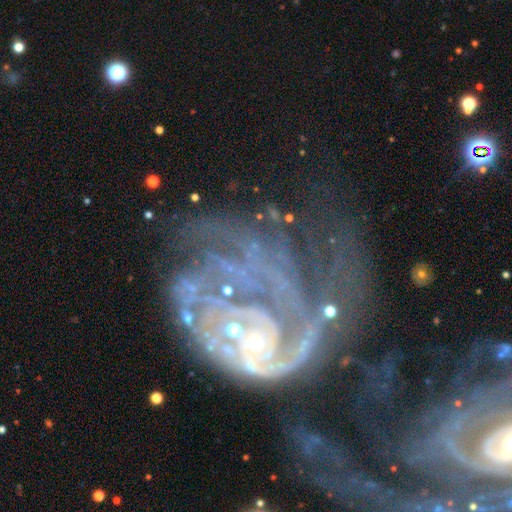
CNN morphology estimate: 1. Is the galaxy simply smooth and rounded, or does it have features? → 84% featured or disk, 10% star or artifact, 7% smooth.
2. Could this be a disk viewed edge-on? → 98% no, 2% yes.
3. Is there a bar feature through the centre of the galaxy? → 71% no, 20% weak, 9% strong.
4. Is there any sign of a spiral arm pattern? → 81% yes, 19% no.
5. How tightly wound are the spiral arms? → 42% tight, 32% medium, 26% loose.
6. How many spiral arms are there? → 32% can't tell, 25% 2, 18% 1, 11% 3, 7% 4, 7% more than 4.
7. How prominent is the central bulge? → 53% small, 27% moderate, 13% none, 4% large, 2% dominant.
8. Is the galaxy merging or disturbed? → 41% major disturbance, 36% merger, 14% none, 9% minor disturbance.